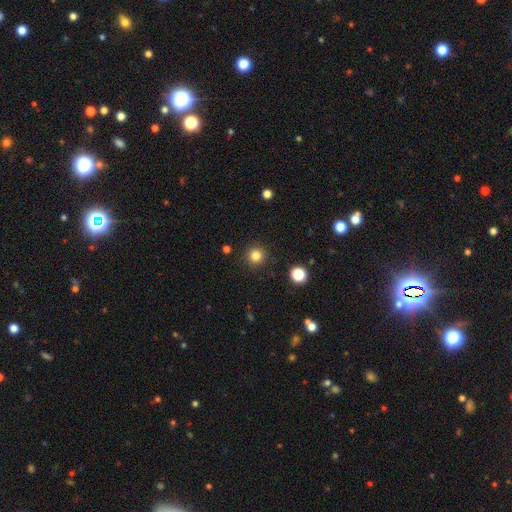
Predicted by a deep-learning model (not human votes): A smooth galaxy with no disk features (82%) that is round (95%).

Vote fractions:
- Smooth or featured? smooth: 82% / star or artifact: 13% / featured or disk: 5%
- How rounded? round: 95% / in between: 4% / cigar-shaped: 1%
- Merging? none: 91% / minor disturbance: 5% / major disturbance: 2% / merger: 1%